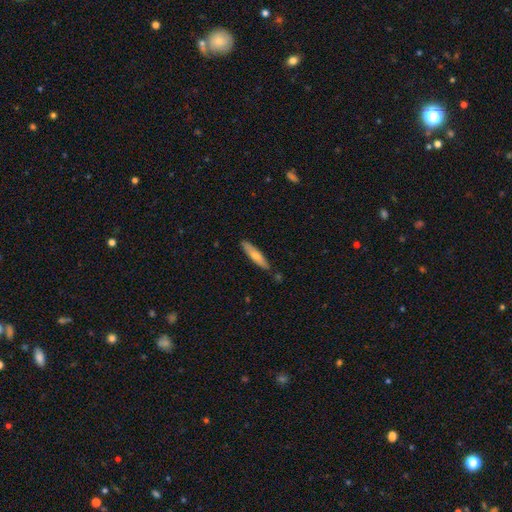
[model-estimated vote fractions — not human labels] The model was most divided on "smooth or featured": smooth: 65%, featured or disk: 30%, star or artifact: 5%. More confident: how rounded — cigar-shaped (84%); merging — none (84%).